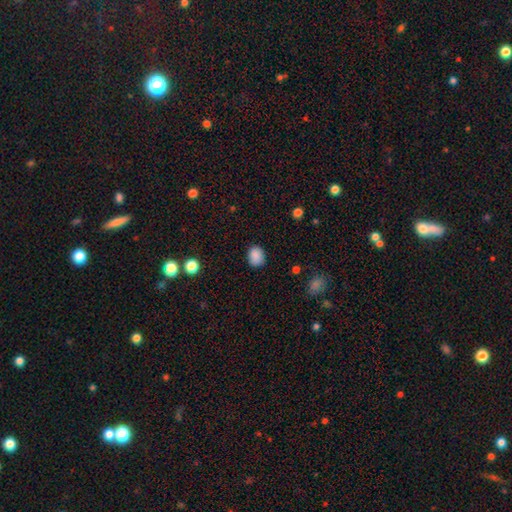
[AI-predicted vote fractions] This appears to be a smooth galaxy with no disk features (87%) that is in between round and cigar-shaped (51%). Merging: none (82%).